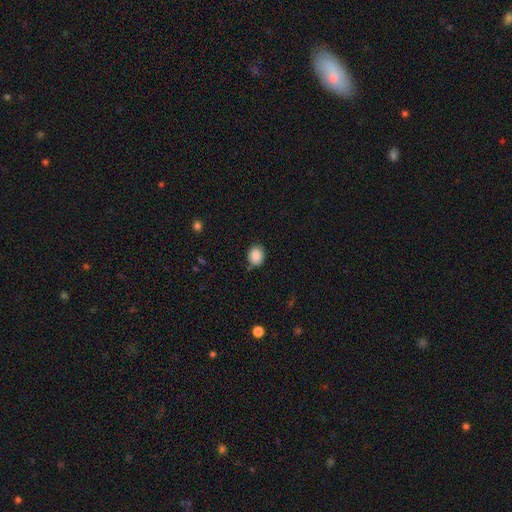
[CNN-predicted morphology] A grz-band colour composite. It shows a smooth galaxy with no disk features (87%) that is round (65%). Merging: none (83%).